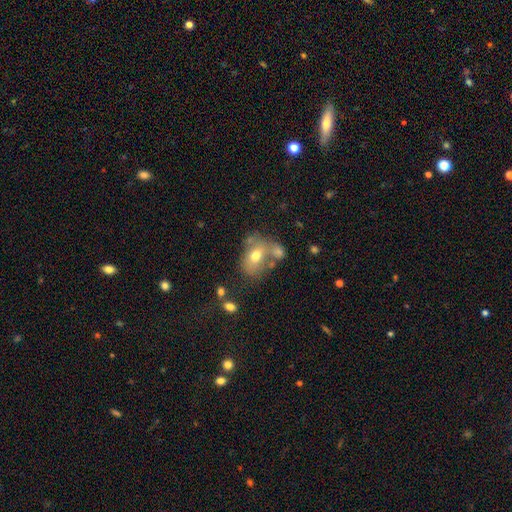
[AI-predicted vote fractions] Overall: smooth (66%). How rounded: in between (75%). Merging: none (36%; merger 33%).